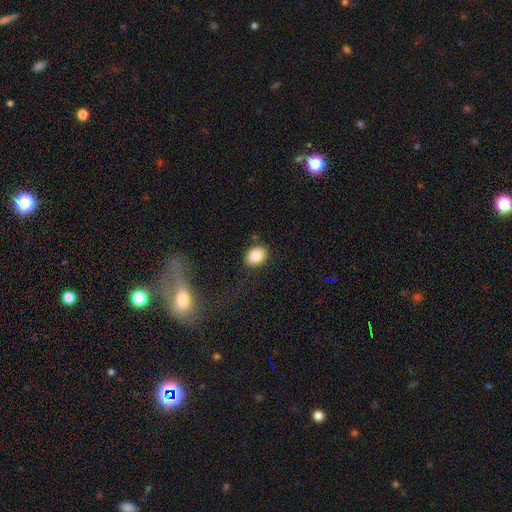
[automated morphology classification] Smooth or featured? smooth (87%)
How rounded? in between (69%)
Merging? none (83%)